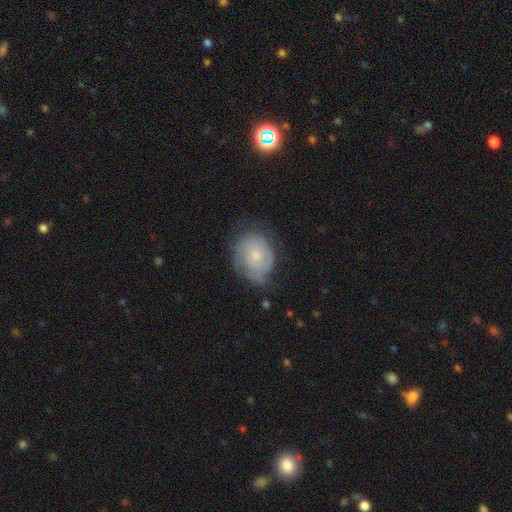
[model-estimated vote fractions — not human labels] Smooth or featured: smooth — 53% (featured or disk — 39%)
How rounded: in between — 53% (round — 46%)
Merging: none — 55% (minor disturbance — 32%)